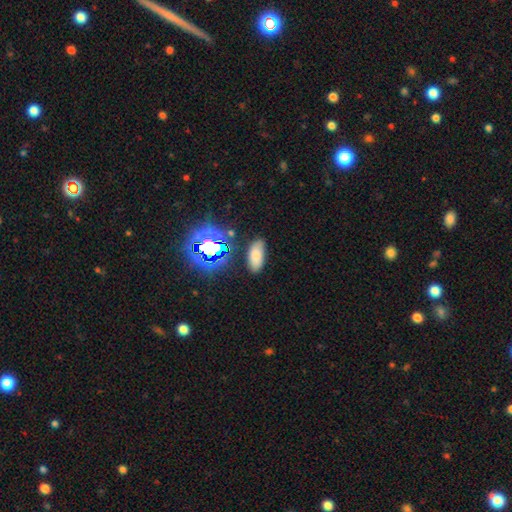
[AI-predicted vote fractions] Smooth or featured? smooth (71%)
How rounded? in between (89%)
Merging? none (81%)